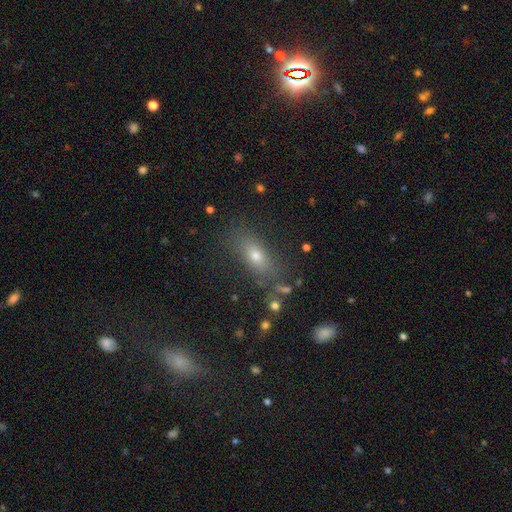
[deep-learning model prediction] This is likely a smooth galaxy (66%). How rounded: likely in between (71%). Merging: likely none (75%).